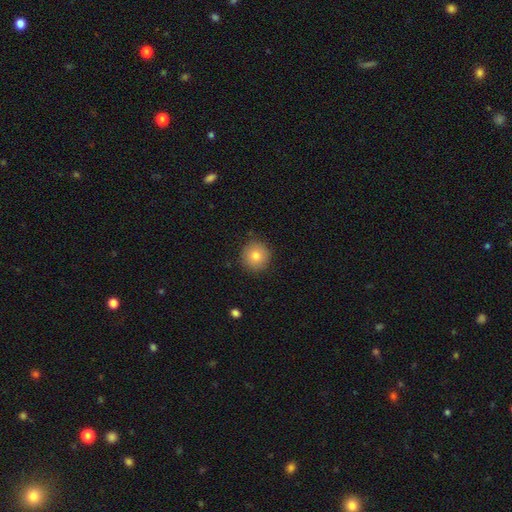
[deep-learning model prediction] A smooth galaxy with no disk features (80%) that is round (94%). Merging: none (89%).